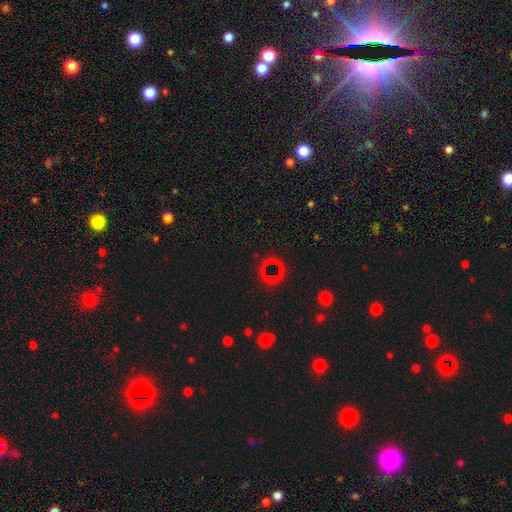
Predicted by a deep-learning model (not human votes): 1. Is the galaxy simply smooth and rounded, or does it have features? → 68% star or artifact, 21% smooth, 11% featured or disk.